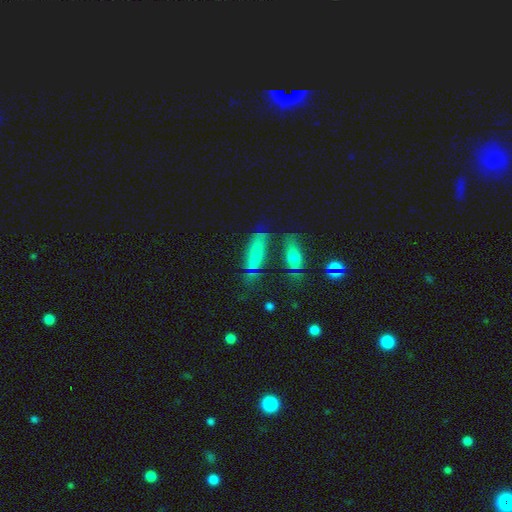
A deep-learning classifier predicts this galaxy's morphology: Smooth or featured?
  - smooth: 64% *
  - featured or disk: 20%
  - star or artifact: 16%
How rounded?
  - in between: 51% *
  - cigar-shaped: 45%
  - round: 4%
Merging?
  - none: 54% *
  - minor disturbance: 23%
  - major disturbance: 12%
  - merger: 12%